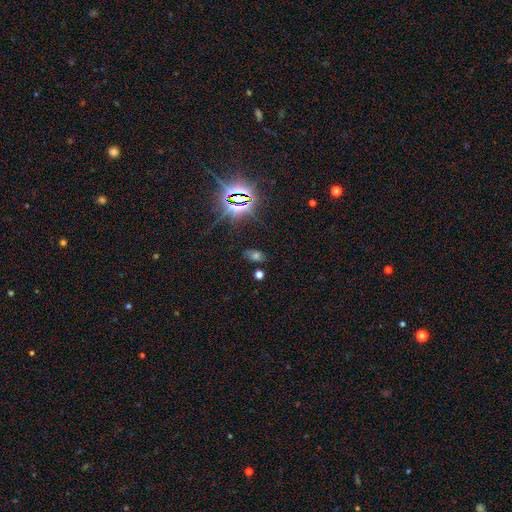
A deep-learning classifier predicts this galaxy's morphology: This appears to be a star or artifact, not a galaxy (52%).